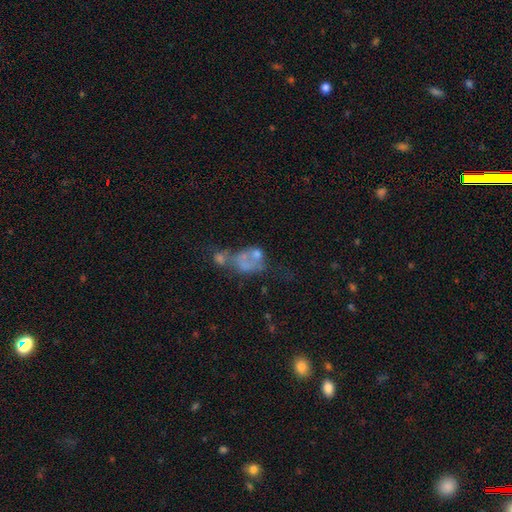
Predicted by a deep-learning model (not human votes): Overall: smooth (43%; featured or disk 39%). Merging: merger (52%; major disturbance 20%).